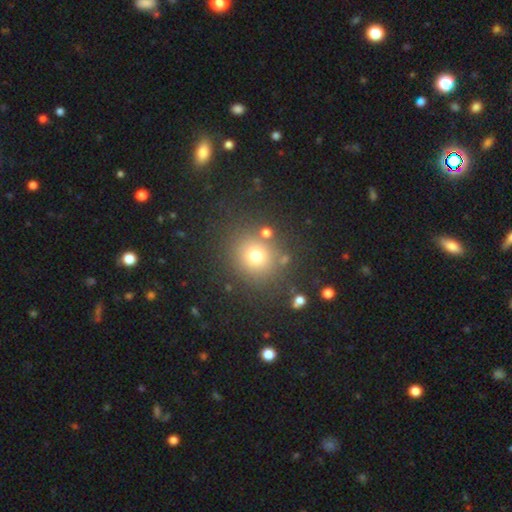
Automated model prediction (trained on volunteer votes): A smooth galaxy with no disk features (72%) that is round (87%). Merging: none (82%).